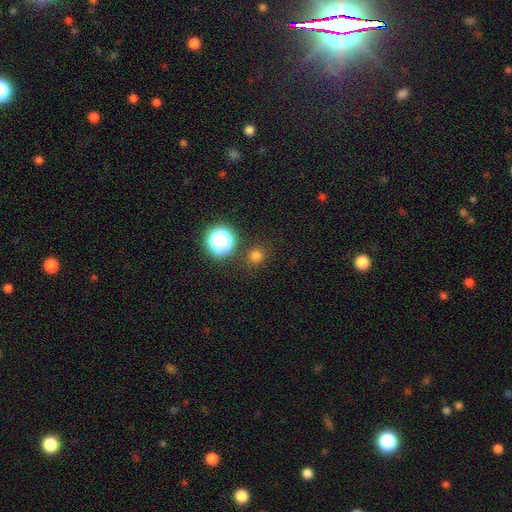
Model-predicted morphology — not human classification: Smooth or featured: smooth — 73% (star or artifact — 22%)
How rounded: round — 92% (in between — 7%)
Merging: none — 86% (minor disturbance — 7%)